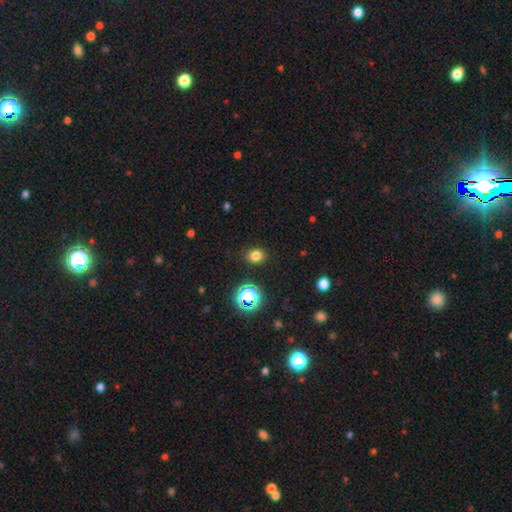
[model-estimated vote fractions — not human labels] Morphology: type=smooth (77%); roundness=round (63%); merging=none (88%).